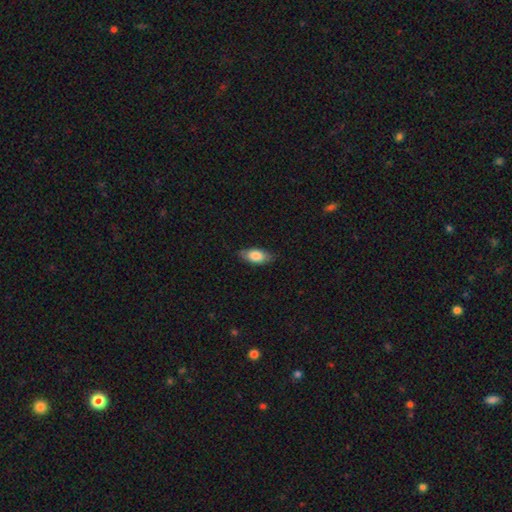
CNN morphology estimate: smooth 81%, featured or disk 13%, star or artifact 6%. Down the decision tree: how rounded — in between (88%); merging — none (83%).